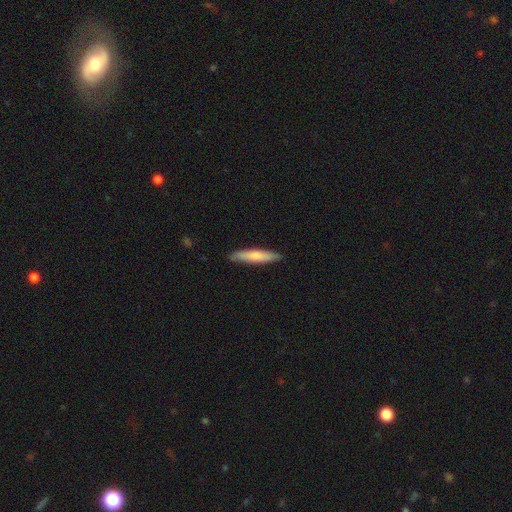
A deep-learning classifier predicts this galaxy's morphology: This is likely a smooth galaxy (74%). How rounded: clearly cigar-shaped (88%). Merging: clearly none (87%).